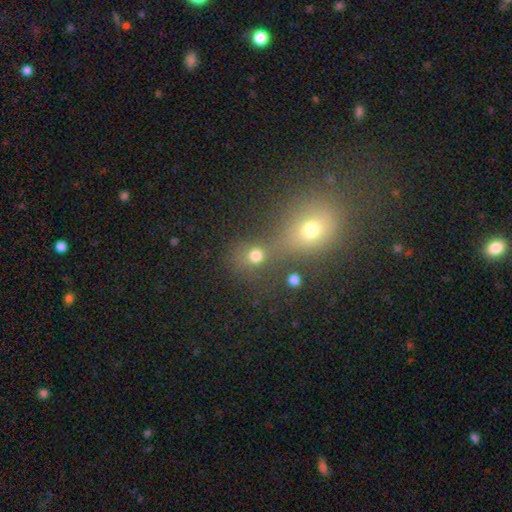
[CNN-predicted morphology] This is likely a smooth galaxy (71%). How rounded: clearly round (81%). Merging: possibly none (46%).